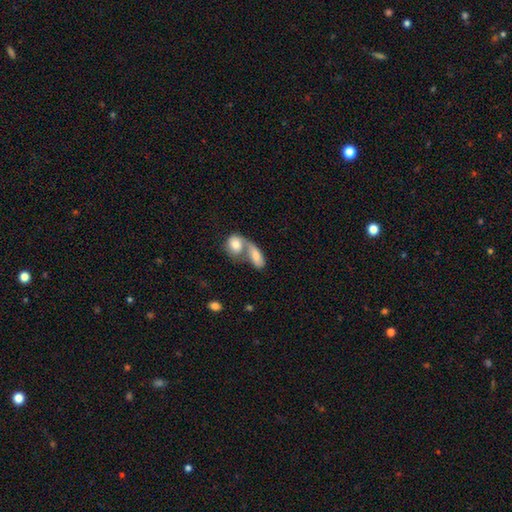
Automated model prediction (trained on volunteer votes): smooth_or_featured: smooth (p=0.72) [alt: featured or disk p=0.22]
how_rounded: in between (p=0.77) [alt: cigar-shaped p=0.12]
merging: merger (p=0.74) [alt: none p=0.15]